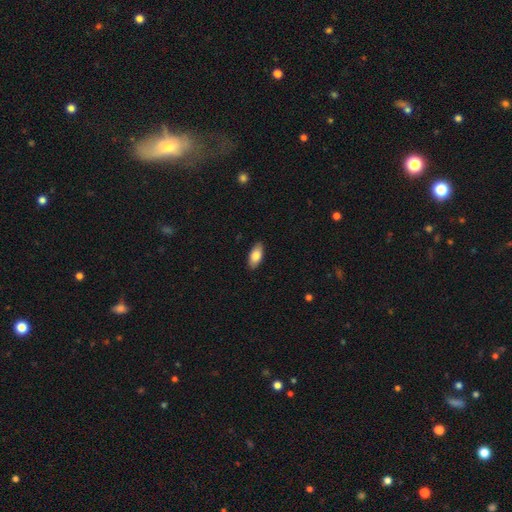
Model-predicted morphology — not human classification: smooth 84%, featured or disk 10%, star or artifact 6%. Down the decision tree: how rounded — in between (91%); merging — none (88%).